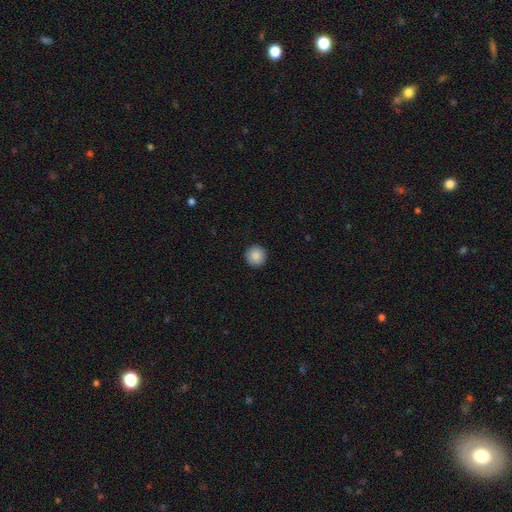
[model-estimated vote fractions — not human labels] This appears to be a smooth galaxy with no disk features (88%) that is round (96%). Merging: none (93%).